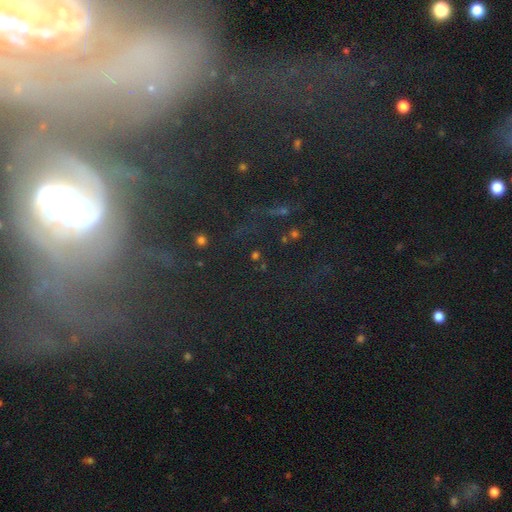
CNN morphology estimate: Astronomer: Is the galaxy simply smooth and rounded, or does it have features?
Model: star or artifact — 70%.